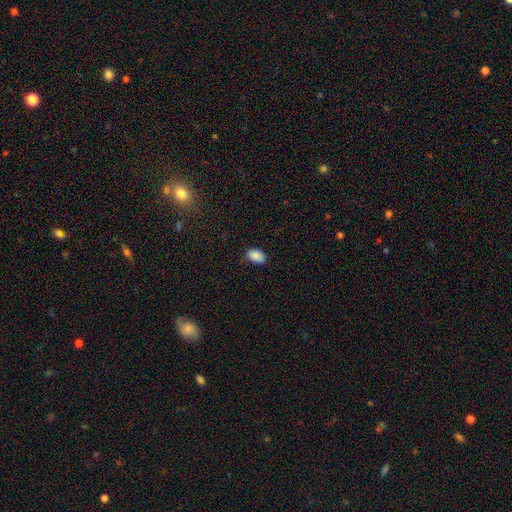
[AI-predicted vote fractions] A smooth galaxy with no disk features (88%) that is in between round and cigar-shaped (87%). Merging: none (80%).